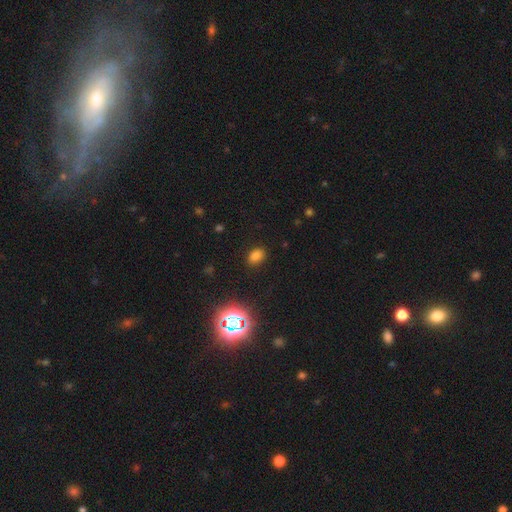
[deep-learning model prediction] A smooth galaxy with no disk features (73%) that is in between round and cigar-shaped (74%).

Vote fractions:
- Smooth or featured? smooth: 73% / star or artifact: 22% / featured or disk: 5%
- How rounded? in between: 74% / round: 25% / cigar-shaped: 1%
- Merging? none: 85% / minor disturbance: 11% / major disturbance: 3% / merger: 2%